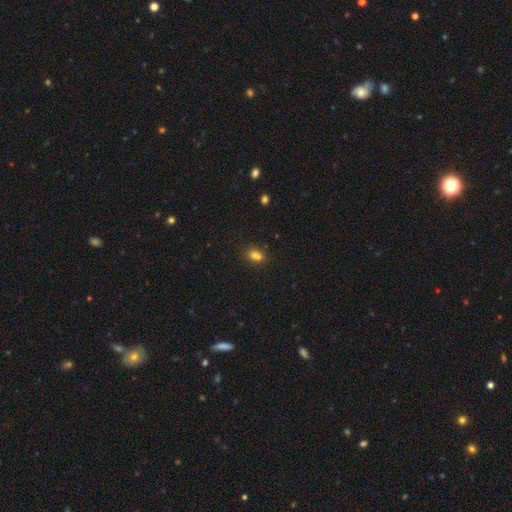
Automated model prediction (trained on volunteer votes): Smooth or featured?
  - smooth: 73% *
  - star or artifact: 16%
  - featured or disk: 11%
How rounded?
  - in between: 57% *
  - round: 40%
  - cigar-shaped: 3%
Merging?
  - none: 47% *
  - merger: 37%
  - minor disturbance: 12%
  - major disturbance: 4%